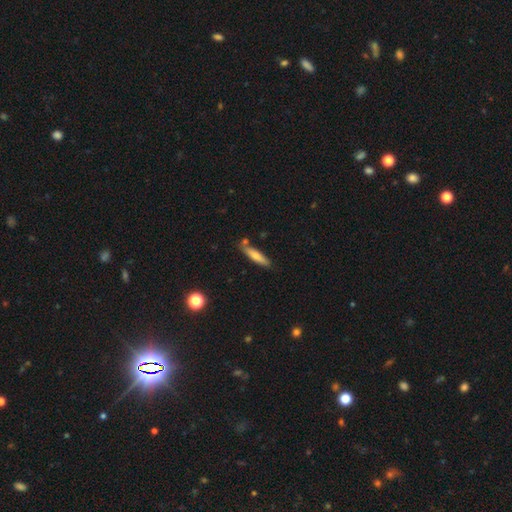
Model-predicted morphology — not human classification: type=smooth (66%); roundness=cigar-shaped (84%); merging=none (77%).